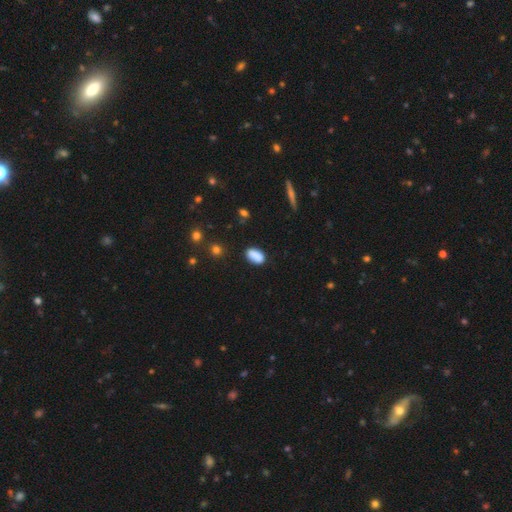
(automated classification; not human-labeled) This appears to be a smooth galaxy with no disk features (84%) that is in between round and cigar-shaped (89%). Merging: none (73%).